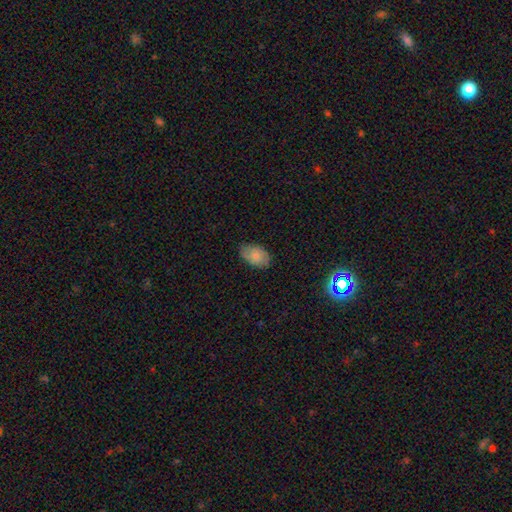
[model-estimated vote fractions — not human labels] The model was most divided on "merging": none: 76%, minor disturbance: 19%, major disturbance: 3%, merger: 1%. More confident: how rounded — in between (91%); smooth or featured — smooth (76%).